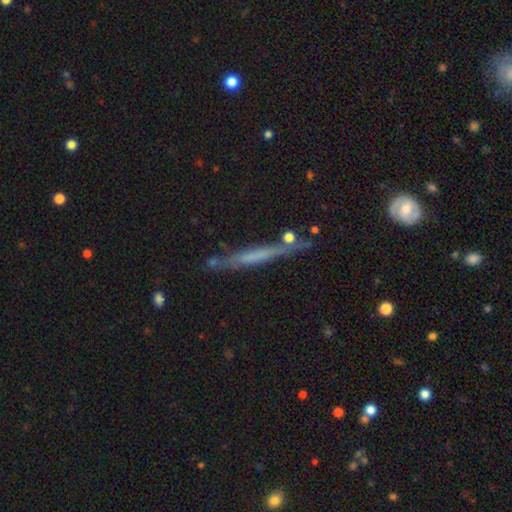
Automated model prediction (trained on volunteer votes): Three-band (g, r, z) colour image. It shows a featured or disk galaxy (51%) viewed edge-on (94%). Merging: none (77%).